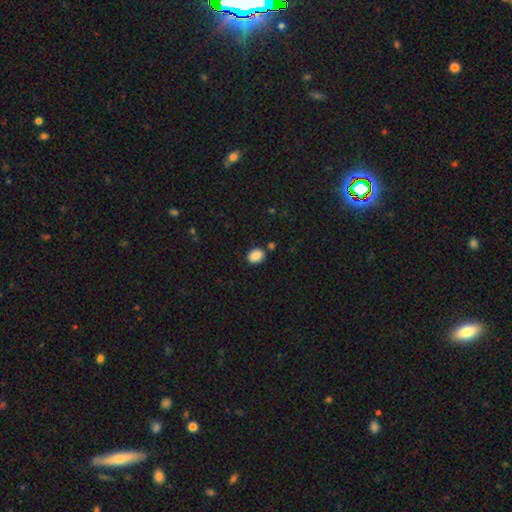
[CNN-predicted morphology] Smooth or featured: smooth — 87% (star or artifact — 9%)
How rounded: in between — 56% (round — 43%)
Merging: none — 82% (minor disturbance — 10%)